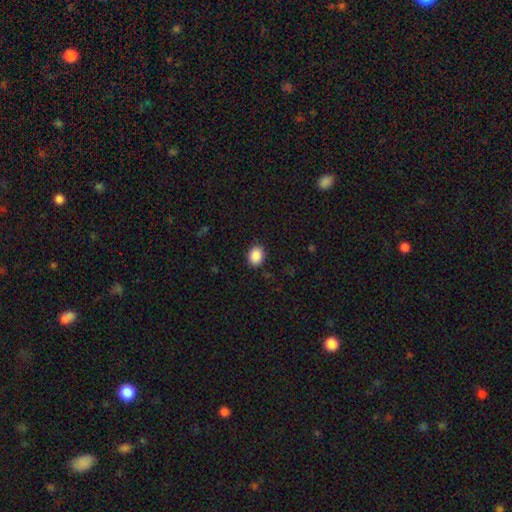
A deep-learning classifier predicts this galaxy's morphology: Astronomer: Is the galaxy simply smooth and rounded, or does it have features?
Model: smooth — 89%.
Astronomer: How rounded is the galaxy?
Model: in between — 58% (runner-up: round, 42%).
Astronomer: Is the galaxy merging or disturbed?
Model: none — 88%.